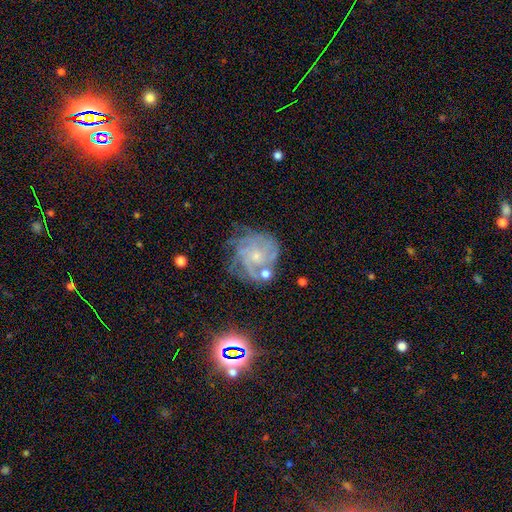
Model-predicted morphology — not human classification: type=featured or disk (80%); edge-on=no (98%); bar=no (75%); spiral arms=yes (94%); winding=tight (61%); arm count=can't tell (29%); bulge=small (69%); merging=none (59%).